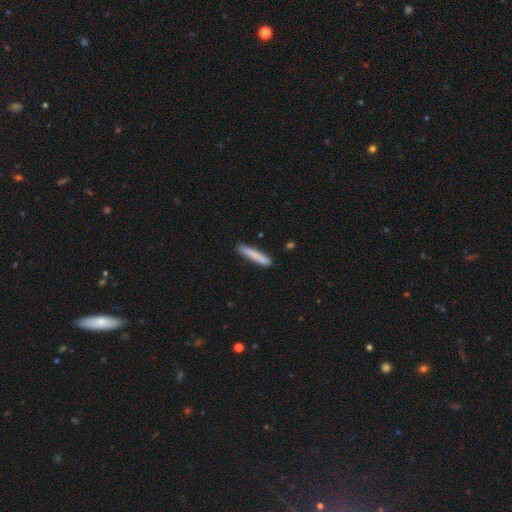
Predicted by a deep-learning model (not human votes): Overall: smooth (81%). How rounded: cigar-shaped (93%). Merging: none (83%).